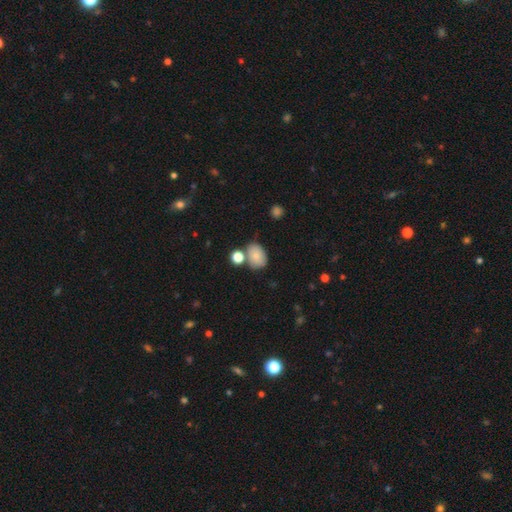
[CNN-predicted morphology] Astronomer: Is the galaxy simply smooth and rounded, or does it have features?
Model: smooth — 82%.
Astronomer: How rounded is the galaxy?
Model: in between — 73%.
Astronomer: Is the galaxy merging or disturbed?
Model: none — 61%.